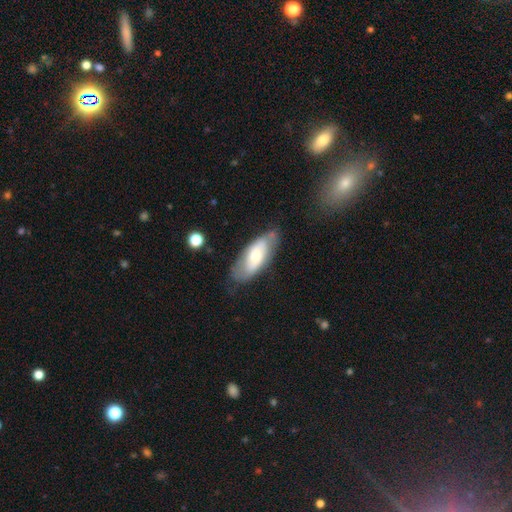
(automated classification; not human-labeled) A smooth galaxy with no disk features (52%) that is in between round and cigar-shaped (81%). Merging: none (66%).